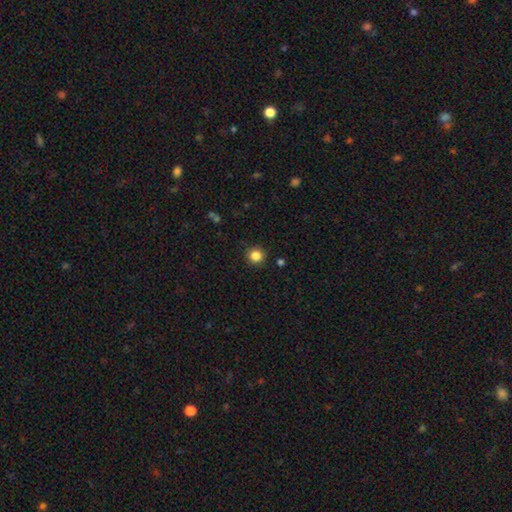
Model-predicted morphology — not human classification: smooth 85%, star or artifact 11%, featured or disk 4%. Down the decision tree: how rounded — round (94%); merging — none (91%).